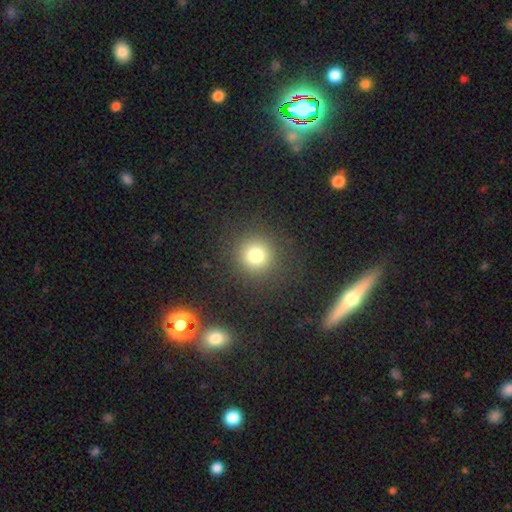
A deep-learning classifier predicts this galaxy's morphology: smooth_or_featured: smooth (p=0.76) [alt: star or artifact p=0.14]
how_rounded: round (p=0.92) [alt: in between p=0.06]
merging: none (p=0.90) [alt: minor disturbance p=0.05]